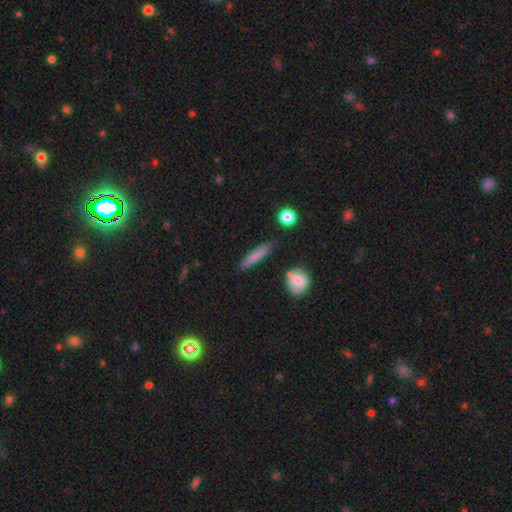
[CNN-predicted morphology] This is likely a smooth galaxy (73%). How rounded: clearly cigar-shaped (88%). Merging: clearly none (83%).